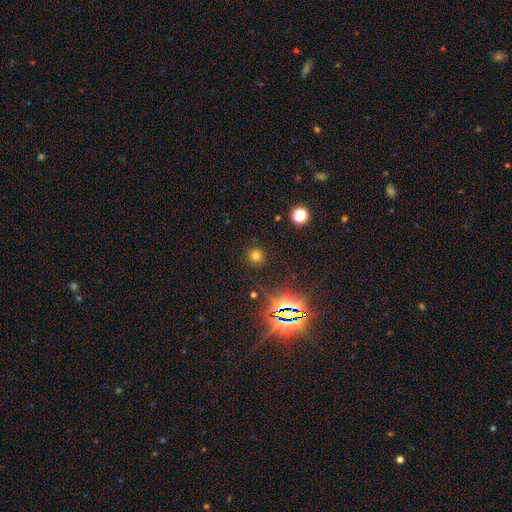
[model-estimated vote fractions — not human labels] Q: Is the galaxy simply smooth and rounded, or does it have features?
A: smooth — 68%.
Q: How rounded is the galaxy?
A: round — 93%.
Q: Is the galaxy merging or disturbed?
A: none — 89%.